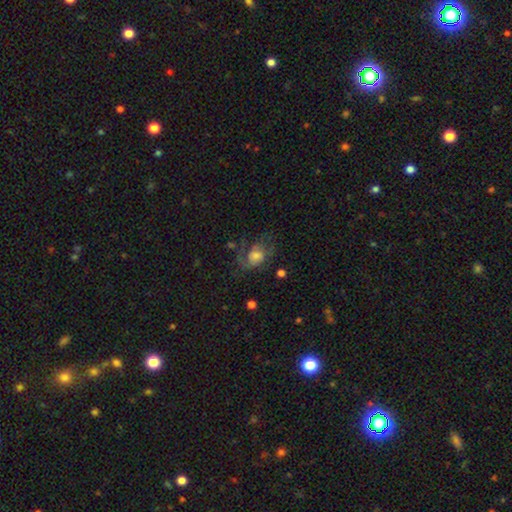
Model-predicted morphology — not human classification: Smooth or featured? Predicted: featured or disk (p=0.56). Edge-on disk? Predicted: no (p=0.97). Bar? Predicted: no (p=0.69). Spiral arms? Predicted: yes (p=0.80). Bulge size? Predicted: moderate (p=0.41). Merging? Predicted: none (p=0.44).